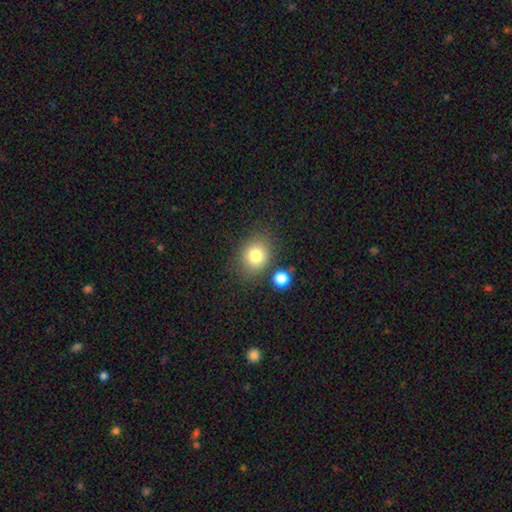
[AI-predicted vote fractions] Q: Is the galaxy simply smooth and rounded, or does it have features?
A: smooth — 79%.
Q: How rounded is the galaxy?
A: round — 62%.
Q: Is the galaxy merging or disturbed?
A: none — 74%.